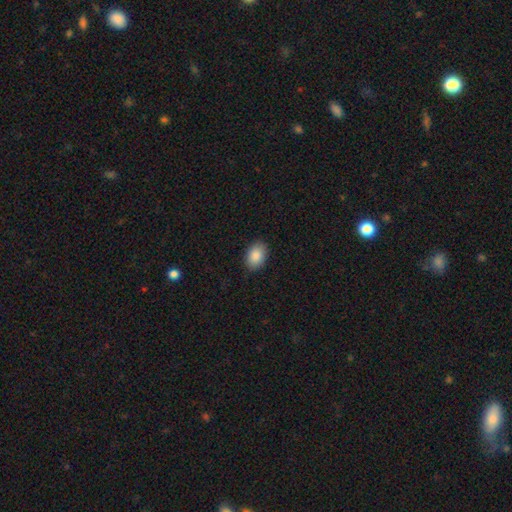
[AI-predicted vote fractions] This is clearly a smooth galaxy (88%). How rounded: clearly in between (85%). Merging: clearly none (89%).